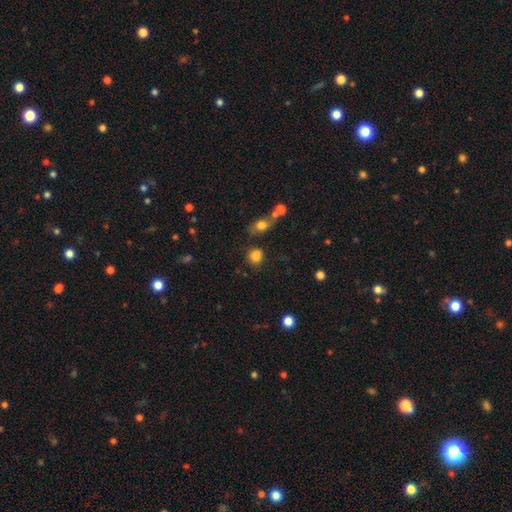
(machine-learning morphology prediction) The model was most divided on "how rounded": round: 76%, in between: 23%, cigar-shaped: 2%. More confident: smooth or featured — smooth (84%); merging — none (72%).